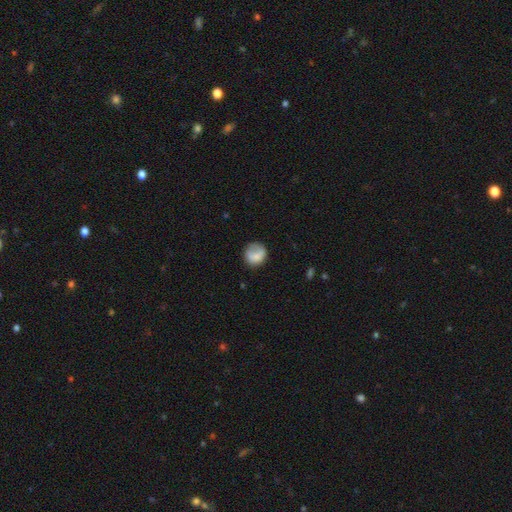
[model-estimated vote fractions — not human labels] Morphology: type=smooth (78%); roundness=round (81%); merging=none (62%).